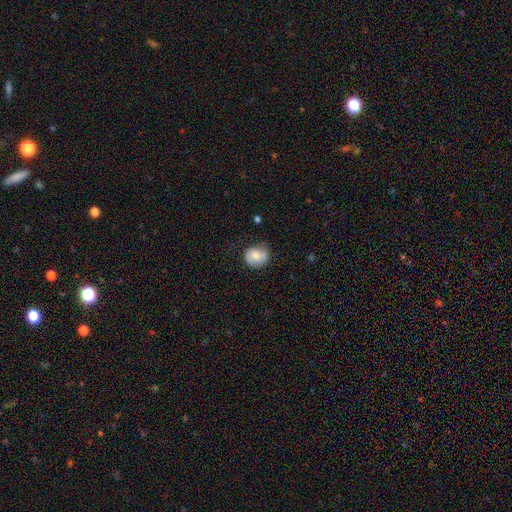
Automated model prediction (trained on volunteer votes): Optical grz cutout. It shows a smooth galaxy with no disk features (69%) that is round (75%). Merging: none (64%).